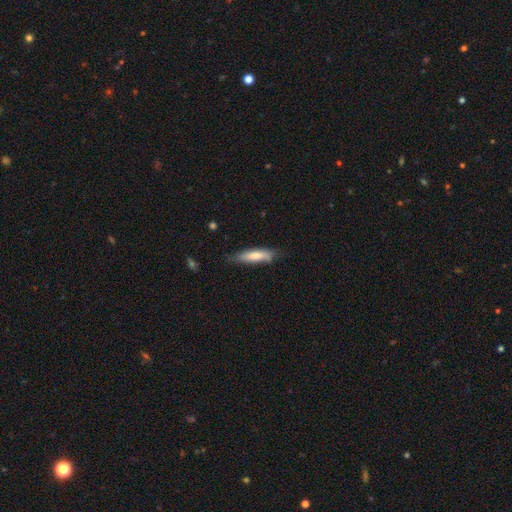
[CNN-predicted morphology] smooth-or-featured: smooth: 69% | featured or disk: 25% | star or artifact: 6%
  how-rounded: cigar-shaped: 73% | in between: 25% | round: 1%
  merging: none: 66% | minor disturbance: 27% | major disturbance: 5% | merger: 2%